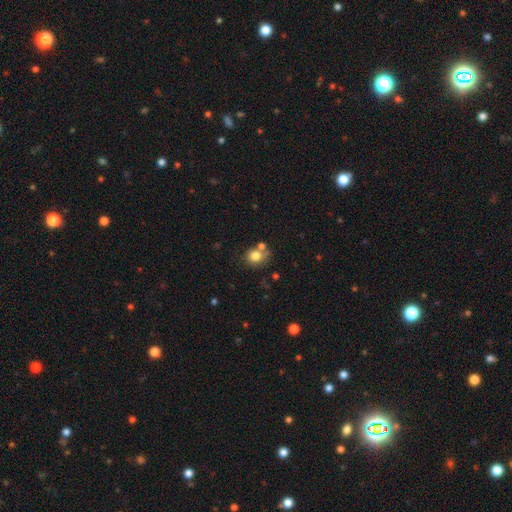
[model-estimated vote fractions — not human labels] smooth 79%, star or artifact 11%, featured or disk 10%. Down the decision tree: how rounded — round (73%); merging — none (58%).